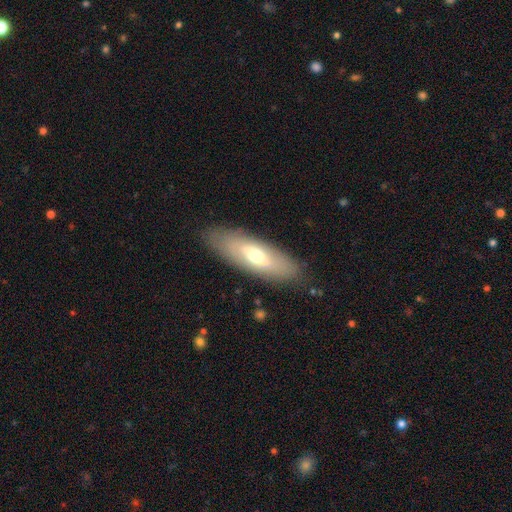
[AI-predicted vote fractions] Morphology: type=smooth (53%); roundness=in between (62%); merging=none (85%).